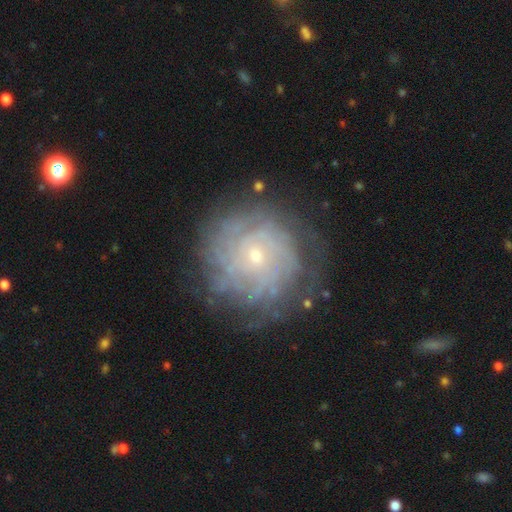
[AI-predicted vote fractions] smooth-or-featured: featured or disk: 78% | smooth: 14% | star or artifact: 8%
  disk-edge-on: no: 97% | yes: 3%
    bar: no: 77% | weak: 20% | strong: 4%
    has-spiral-arms: yes: 89% | no: 11%
      spiral-winding: tight: 78% | medium: 17% | loose: 5%
      spiral-arm-count: can't tell: 49% | more than 4: 16% | 4: 13% | 3: 9% | 2: 8% | 1: 6%
    bulge-size: small: 72% | moderate: 24% | none: 1% | large: 1% | dominant: 1%
  merging: none: 75% | minor disturbance: 16% | major disturbance: 7% | merger: 1%